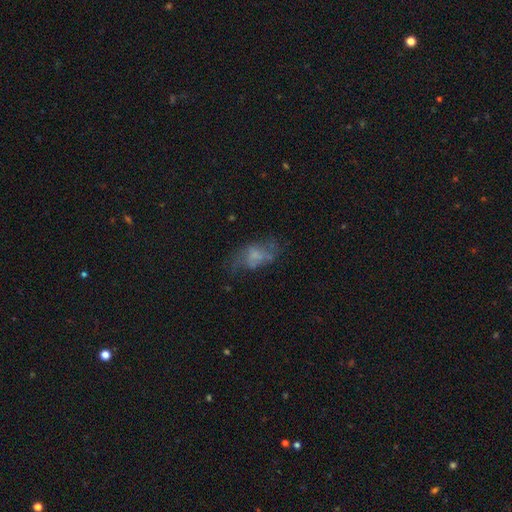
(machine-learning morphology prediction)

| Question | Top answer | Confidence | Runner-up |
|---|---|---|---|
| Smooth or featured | smooth | 47% | featured or disk (39%) |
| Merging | none | 45% | major disturbance (26%) |